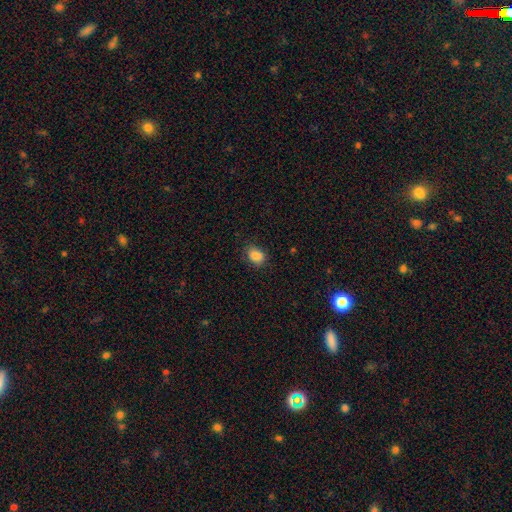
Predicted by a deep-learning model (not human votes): Morphology: type=smooth (85%); roundness=in between (69%); merging=none (75%).